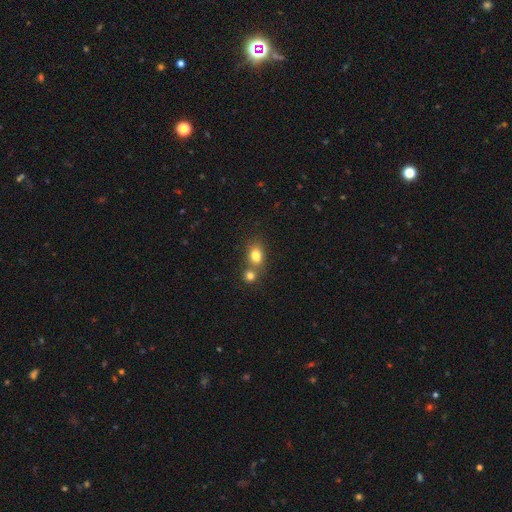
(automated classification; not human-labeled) smooth 80%, star or artifact 11%, featured or disk 9%. Down the decision tree: how rounded — in between (57%); merging — none (46%).